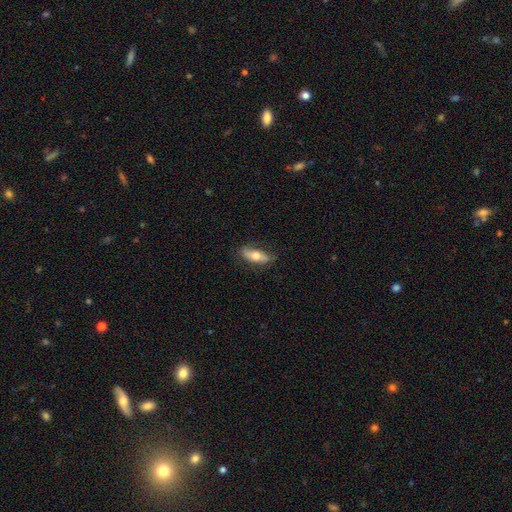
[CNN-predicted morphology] Smooth or featured?
  - smooth: 62% *
  - featured or disk: 32%
  - star or artifact: 6%
How rounded?
  - in between: 62% *
  - cigar-shaped: 35%
  - round: 3%
Merging?
  - none: 77% *
  - minor disturbance: 18%
  - major disturbance: 4%
  - merger: 1%